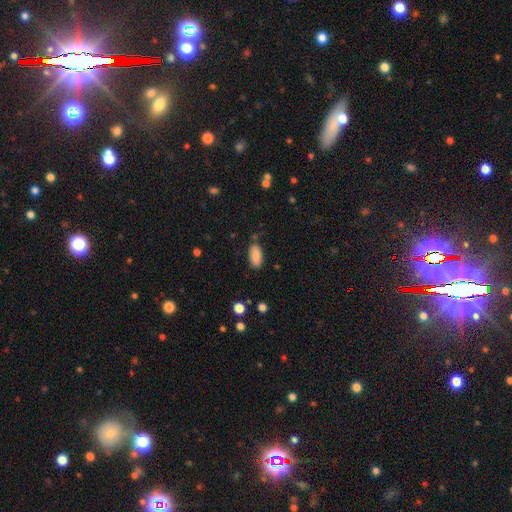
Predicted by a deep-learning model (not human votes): smooth-or-featured: smooth: 87% | star or artifact: 7% | featured or disk: 5%
  how-rounded: in between: 92% | cigar-shaped: 6% | round: 2%
  merging: none: 80% | minor disturbance: 15% | major disturbance: 3% | merger: 3%